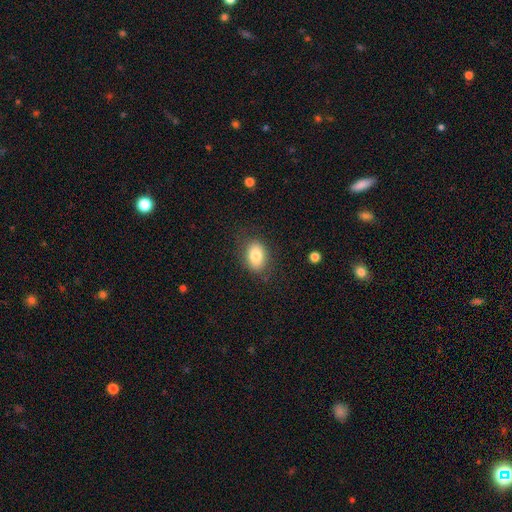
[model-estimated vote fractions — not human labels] Q: Smooth or featured?
A: smooth (82%); runner-up: featured or disk (10%)
Q: How rounded?
A: in between (78%); runner-up: round (21%)
Q: Merging?
A: none (79%); runner-up: minor disturbance (14%)